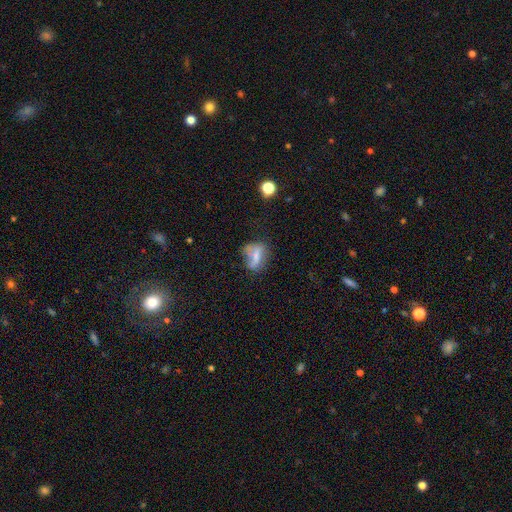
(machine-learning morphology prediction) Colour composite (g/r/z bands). It shows a smooth galaxy with no disk features (53%) that is in between round and cigar-shaped (65%). Merging: none (41%).